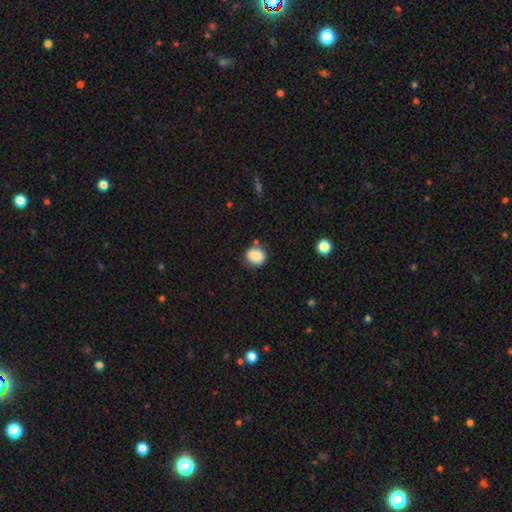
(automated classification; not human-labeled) A smooth galaxy with no disk features (84%) that is round (77%). Merging: none (70%).